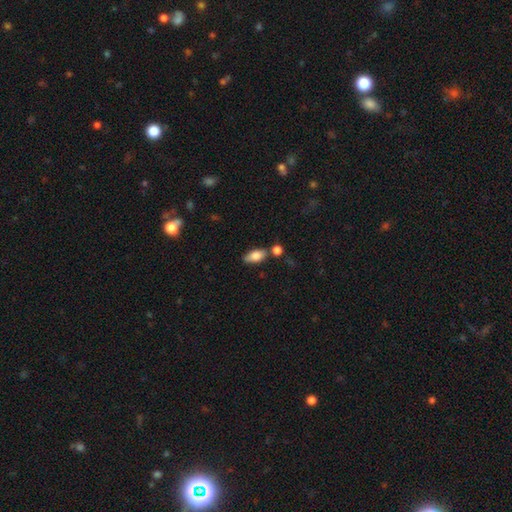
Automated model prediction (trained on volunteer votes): The model was most divided on "merging": none: 67%, minor disturbance: 15%, merger: 15%, major disturbance: 4%. More confident: how rounded — in between (86%); smooth or featured — smooth (80%).